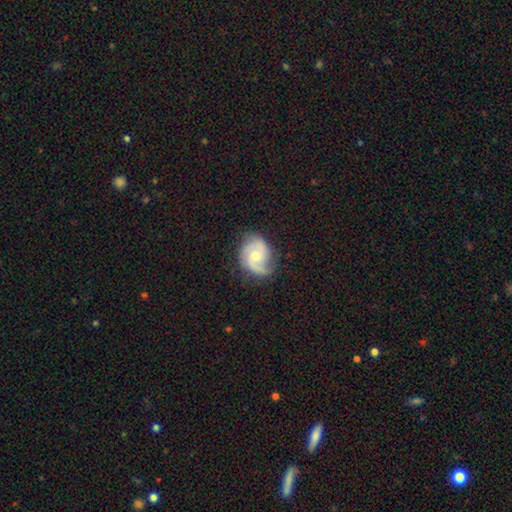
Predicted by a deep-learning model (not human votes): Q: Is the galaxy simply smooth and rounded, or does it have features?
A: featured or disk — 81%.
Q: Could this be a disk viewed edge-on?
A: no — 98%.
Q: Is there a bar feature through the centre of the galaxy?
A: no — 65%.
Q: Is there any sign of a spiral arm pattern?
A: yes — 96%.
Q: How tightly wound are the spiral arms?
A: medium — 48%.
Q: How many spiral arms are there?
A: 2 — 70%.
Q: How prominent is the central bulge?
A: moderate — 54%.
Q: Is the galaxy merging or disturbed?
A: none — 70%.